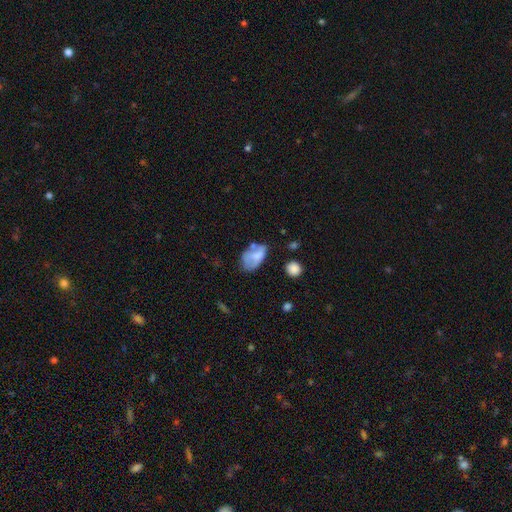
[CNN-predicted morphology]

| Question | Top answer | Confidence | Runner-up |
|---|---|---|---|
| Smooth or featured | smooth | 62% | featured or disk (30%) |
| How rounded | in between | 88% | round (10%) |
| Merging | none | 37% | minor disturbance (30%) |